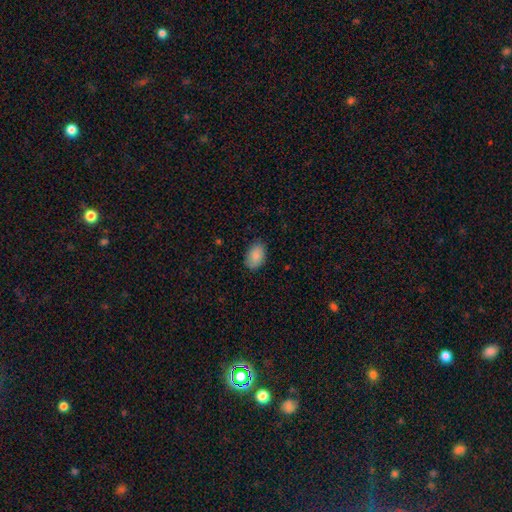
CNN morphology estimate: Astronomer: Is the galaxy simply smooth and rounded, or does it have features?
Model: smooth — 88%.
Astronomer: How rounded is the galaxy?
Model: in between — 90%.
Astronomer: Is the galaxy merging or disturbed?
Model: none — 85%.